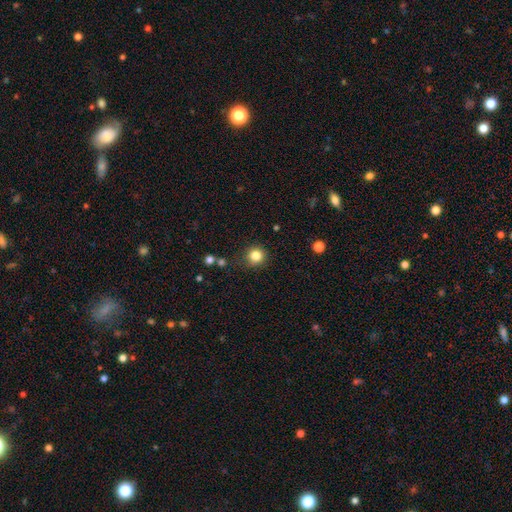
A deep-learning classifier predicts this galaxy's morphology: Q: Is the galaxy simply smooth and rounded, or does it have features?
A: smooth — 84%.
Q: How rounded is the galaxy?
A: round — 92%.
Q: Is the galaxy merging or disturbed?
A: none — 84%.